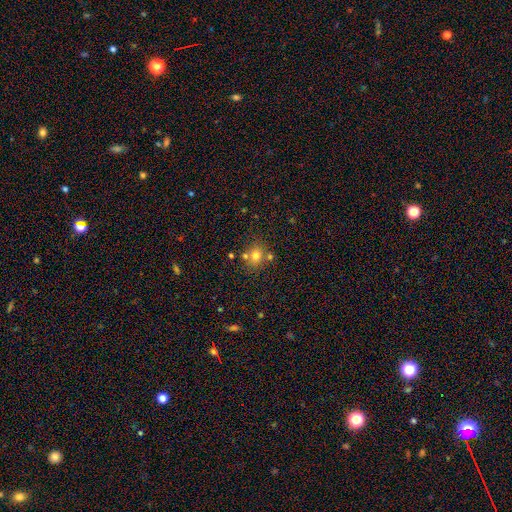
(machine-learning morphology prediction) Smooth or featured? Predicted: smooth (p=0.73). How rounded? Predicted: round (p=0.66). Merging? Predicted: none (p=0.64).